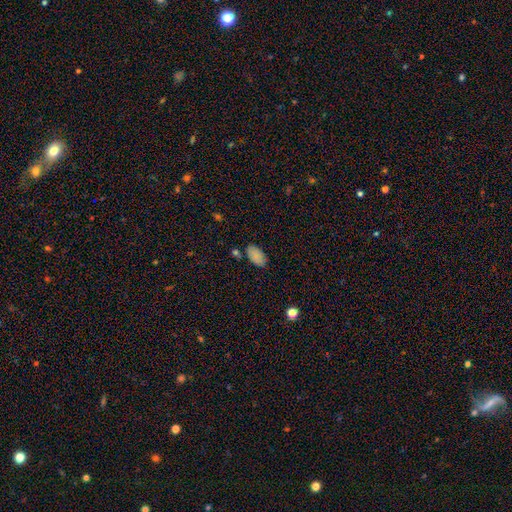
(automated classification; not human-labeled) A smooth galaxy with no disk features (86%) that is in between round and cigar-shaped (95%).

Vote fractions:
- Smooth or featured? smooth: 86% / star or artifact: 8% / featured or disk: 6%
- How rounded? in between: 95% / round: 3% / cigar-shaped: 2%
- Merging? none: 77% / minor disturbance: 14% / merger: 5% / major disturbance: 3%